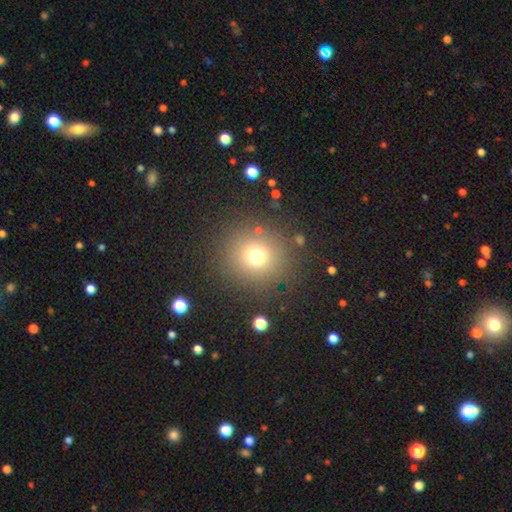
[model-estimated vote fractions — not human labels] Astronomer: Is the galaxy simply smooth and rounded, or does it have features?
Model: smooth — 71%.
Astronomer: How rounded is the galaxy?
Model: round — 92%.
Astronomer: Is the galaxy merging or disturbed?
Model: none — 85%.